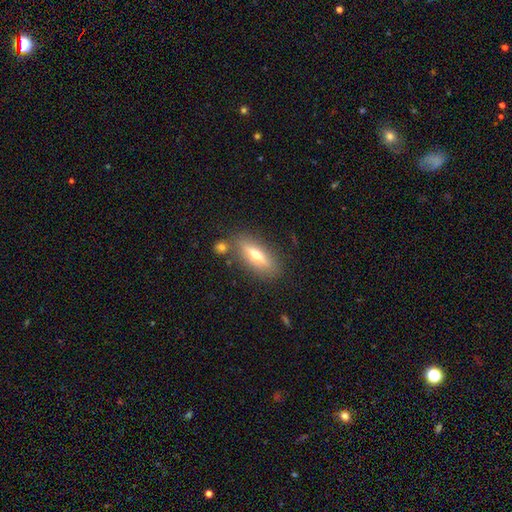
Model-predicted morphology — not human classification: smooth-or-featured: featured or disk: 51% | smooth: 41% | star or artifact: 8%
  disk-edge-on: yes: 84% | no: 16%
  merging: none: 80% | minor disturbance: 11% | merger: 6% | major disturbance: 4%